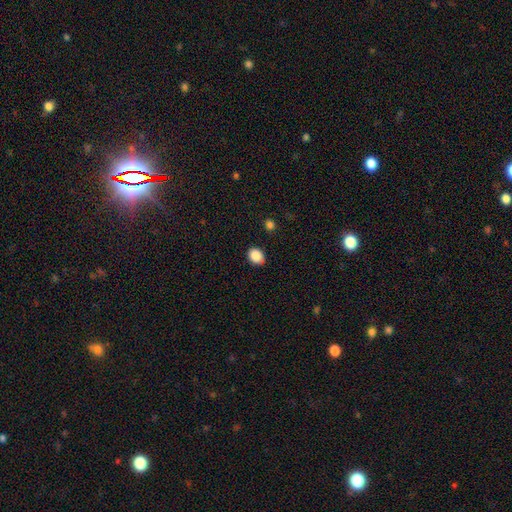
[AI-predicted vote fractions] smooth-or-featured: smooth: 89% | star or artifact: 8% | featured or disk: 3%
  how-rounded: in between: 60% | round: 39% | cigar-shaped: 1%
  merging: none: 85% | minor disturbance: 11% | major disturbance: 2% | merger: 2%